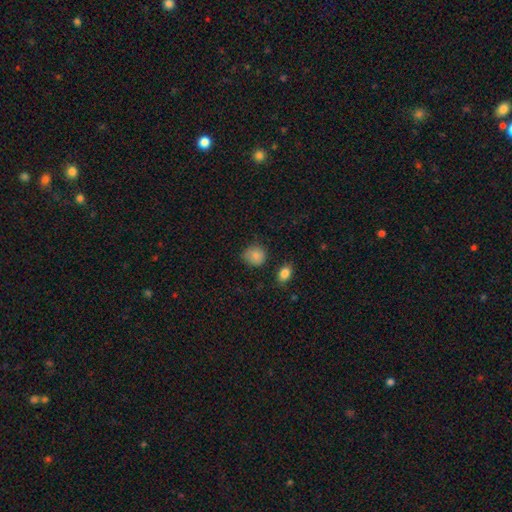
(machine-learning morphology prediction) smooth_or_featured: smooth (p=0.84) [alt: star or artifact p=0.09]
how_rounded: round (p=0.82) [alt: in between p=0.18]
merging: none (p=0.72) [alt: minor disturbance p=0.21]